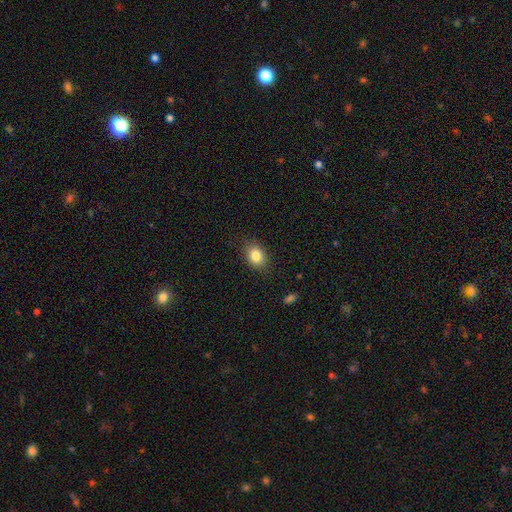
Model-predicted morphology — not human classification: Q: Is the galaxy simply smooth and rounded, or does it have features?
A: smooth — 84%.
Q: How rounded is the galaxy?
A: in between — 64%.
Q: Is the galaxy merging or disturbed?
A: none — 83%.